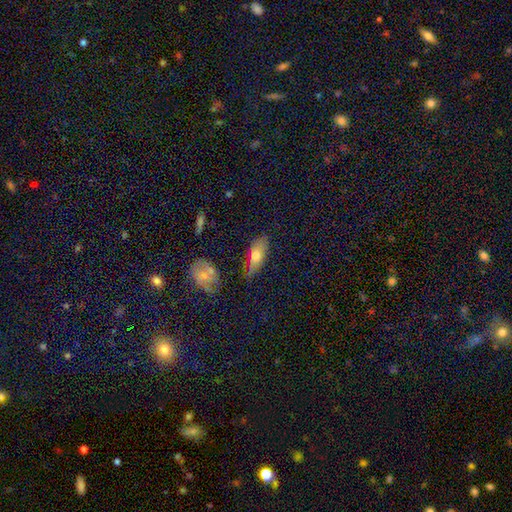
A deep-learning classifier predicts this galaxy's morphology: Smooth or featured? smooth (66%)
How rounded? in between (70%)
Merging? none (67%)